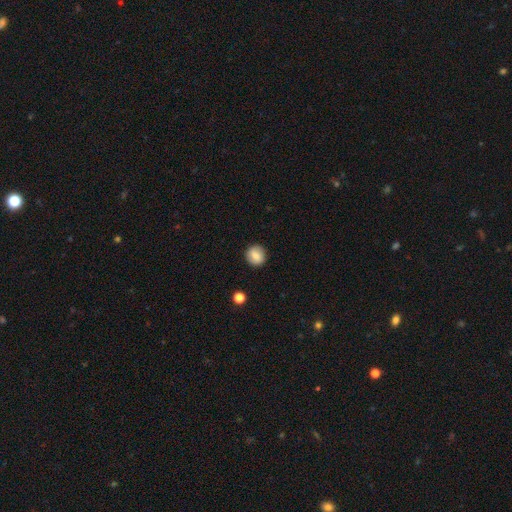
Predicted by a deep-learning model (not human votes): Q: Smooth or featured?
A: smooth (78%); runner-up: featured or disk (13%)
Q: How rounded?
A: round (85%); runner-up: in between (14%)
Q: Merging?
A: none (89%); runner-up: minor disturbance (8%)